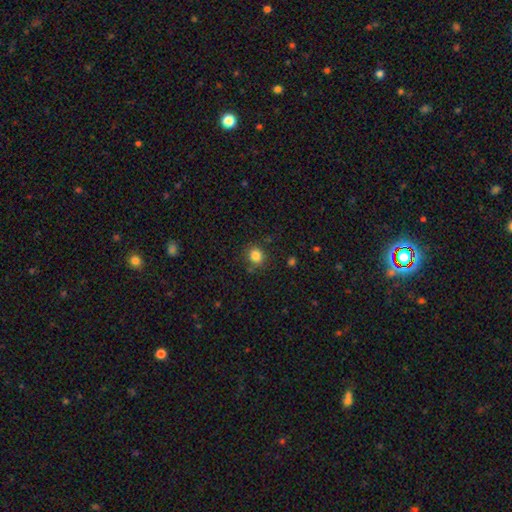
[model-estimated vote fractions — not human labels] The model was most divided on "how rounded": round: 79%, in between: 21%, cigar-shaped: 1%. More confident: smooth or featured — smooth (83%); merging — none (82%).